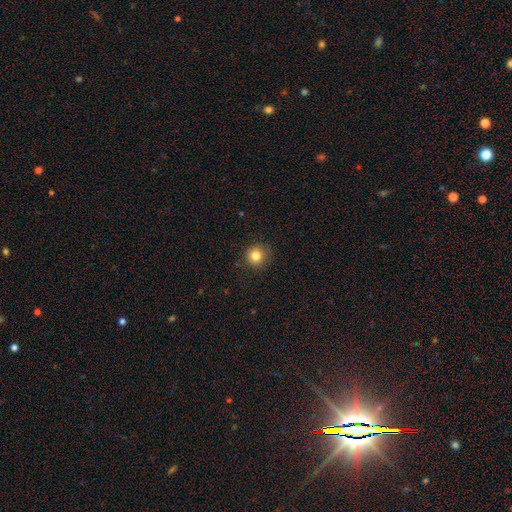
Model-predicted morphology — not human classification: Q: Smooth or featured?
A: smooth (82%); runner-up: star or artifact (12%)
Q: How rounded?
A: round (93%); runner-up: in between (6%)
Q: Merging?
A: none (89%); runner-up: minor disturbance (8%)